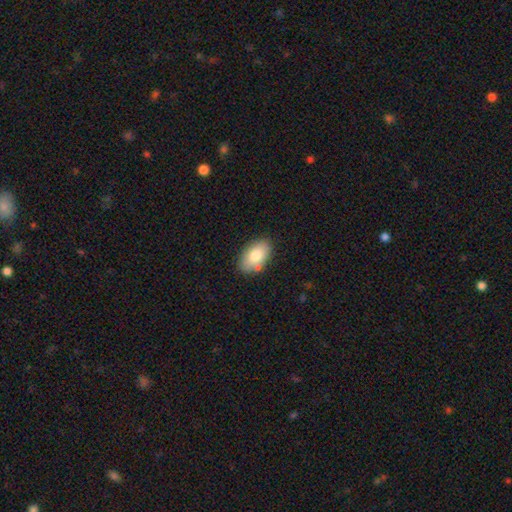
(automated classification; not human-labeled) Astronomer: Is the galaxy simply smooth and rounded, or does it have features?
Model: smooth — 80%.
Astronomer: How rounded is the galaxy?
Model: in between — 93%.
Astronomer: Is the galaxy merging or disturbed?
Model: none — 81%.